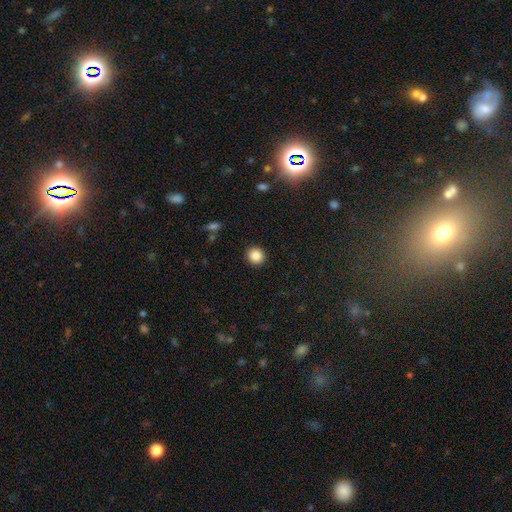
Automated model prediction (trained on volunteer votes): The model was most divided on "smooth or featured": smooth: 87%, star or artifact: 9%, featured or disk: 4%. More confident: merging — none (92%); how rounded — round (89%).